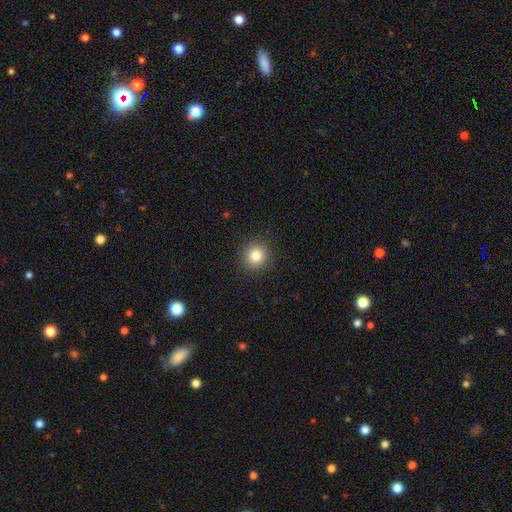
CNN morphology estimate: The model was most divided on "smooth or featured": smooth: 81%, star or artifact: 12%, featured or disk: 7%. More confident: merging — none (91%); how rounded — round (91%).